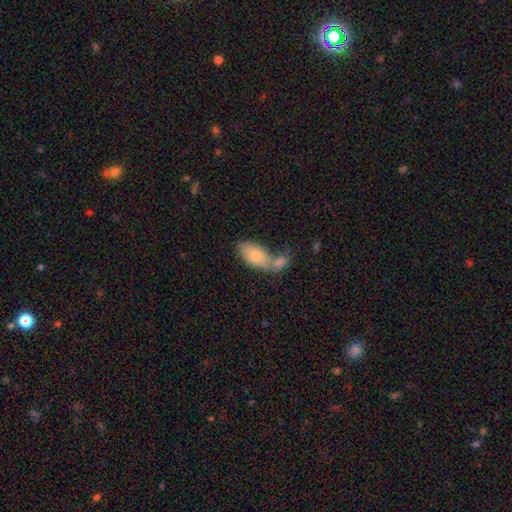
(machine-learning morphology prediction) Smooth or featured: smooth — 75% (featured or disk — 18%)
How rounded: in between — 91% (cigar-shaped — 5%)
Merging: merger — 54% (none — 29%)